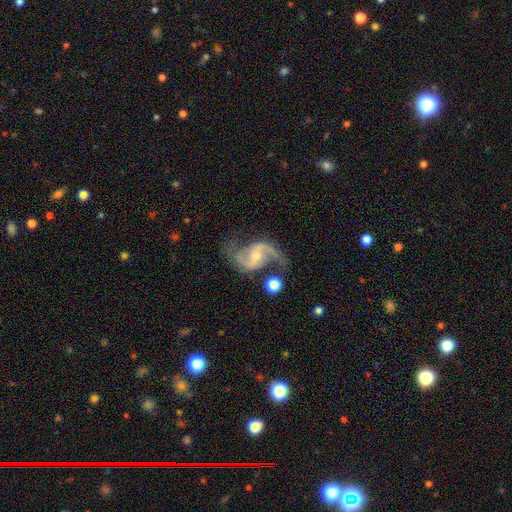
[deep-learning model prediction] A featured or disk galaxy (90%) with a weak bar (46%), 2 (93%) loose (57%) spiral arms (97%) and a small central bulge (51%).

Vote fractions:
- Smooth or featured? featured or disk: 90% / star or artifact: 5% / smooth: 5%
- Edge-on disk? no: 98% / yes: 2%
- Bar? weak: 46% / no: 40% / strong: 15%
- Spiral arms? yes: 97% / no: 3%
- Spiral winding? loose: 57% / medium: 37% / tight: 6%
- Spiral arm count? 2: 93% / 1: 2% / can't tell: 2% / 3: 1% / 4: 1% / more than 4: 1%
- Bulge size? small: 51% / moderate: 41% / none: 5% / large: 3% / dominant: 1%
- Merging? none: 66% / minor disturbance: 18% / major disturbance: 11% / merger: 6%